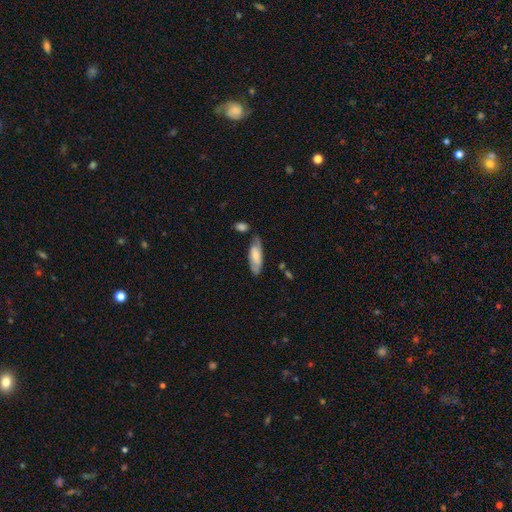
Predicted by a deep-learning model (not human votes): A smooth galaxy with no disk features (55%) that is in between round and cigar-shaped (66%).

Vote fractions:
- Smooth or featured? smooth: 55% / featured or disk: 39% / star or artifact: 6%
- How rounded? in between: 66% / cigar-shaped: 32% / round: 2%
- Merging? none: 67% / minor disturbance: 21% / merger: 7% / major disturbance: 5%